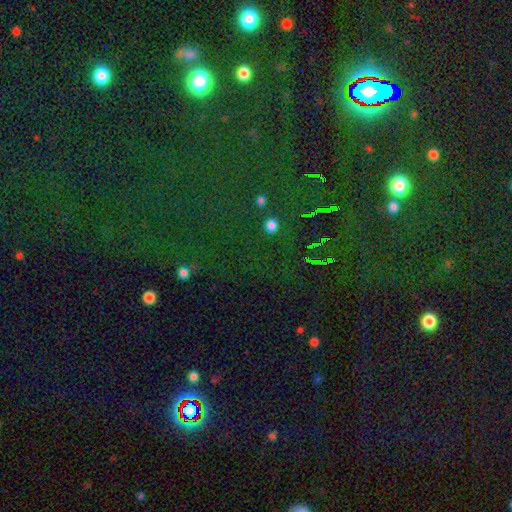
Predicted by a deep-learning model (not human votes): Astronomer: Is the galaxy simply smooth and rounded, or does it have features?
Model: star or artifact — 80%.